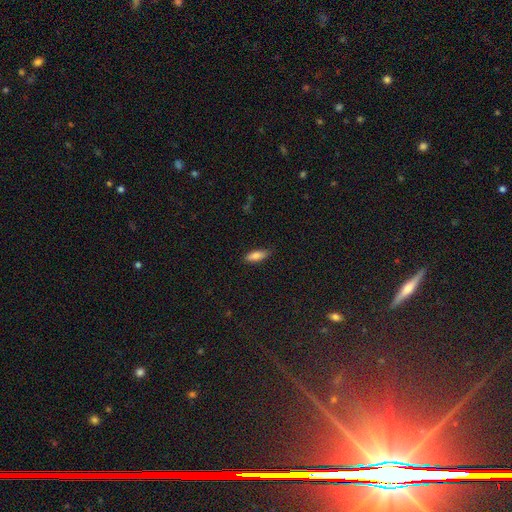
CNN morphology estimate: This appears to be a smooth galaxy with no disk features (81%) that is in between round and cigar-shaped (68%). Merging: none (83%).